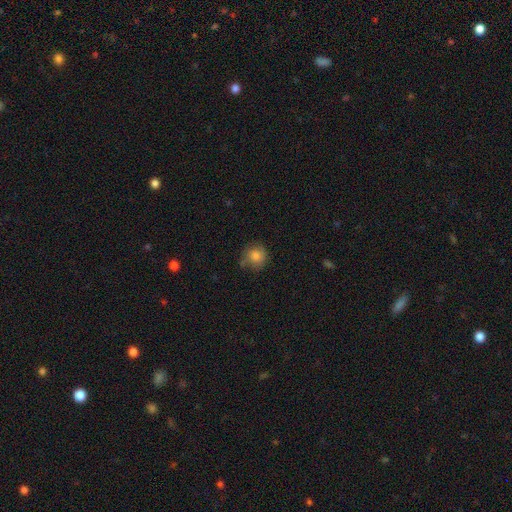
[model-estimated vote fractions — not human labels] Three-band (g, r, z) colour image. It shows a smooth galaxy with no disk features (81%) that is round (89%). Merging: none (69%).